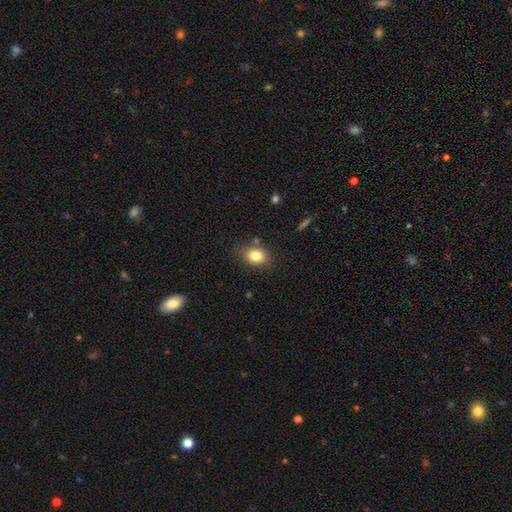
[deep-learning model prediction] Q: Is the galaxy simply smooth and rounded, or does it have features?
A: smooth — 82%.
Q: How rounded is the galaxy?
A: in between — 59%.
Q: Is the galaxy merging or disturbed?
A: none — 77%.